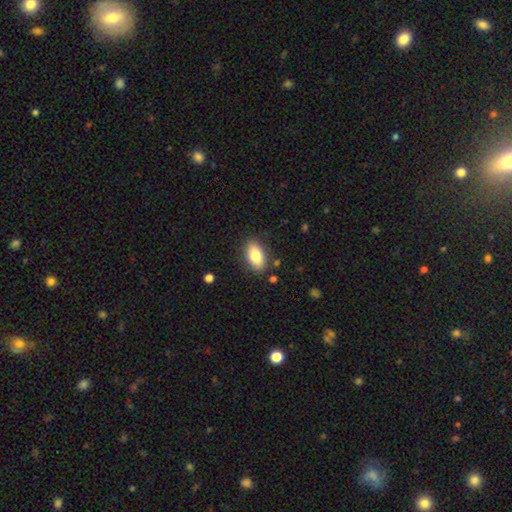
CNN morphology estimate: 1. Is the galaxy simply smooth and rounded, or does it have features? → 83% smooth, 10% featured or disk, 7% star or artifact.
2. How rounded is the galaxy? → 91% in between, 5% round, 3% cigar-shaped.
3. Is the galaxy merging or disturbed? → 84% none, 11% minor disturbance, 3% major disturbance, 2% merger.